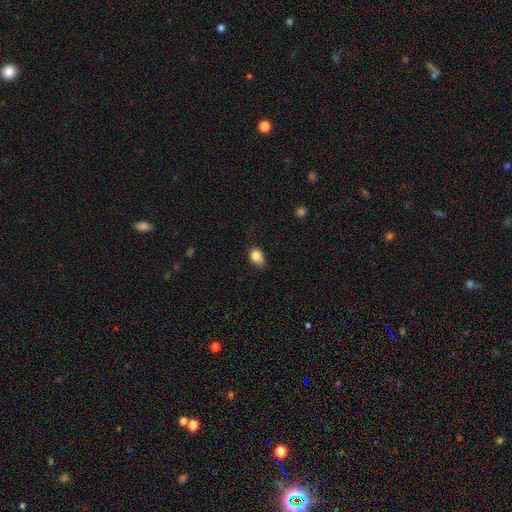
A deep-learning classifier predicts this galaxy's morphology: This appears to be a smooth galaxy with no disk features (83%) that is in between round and cigar-shaped (62%). Merging: none (53%).